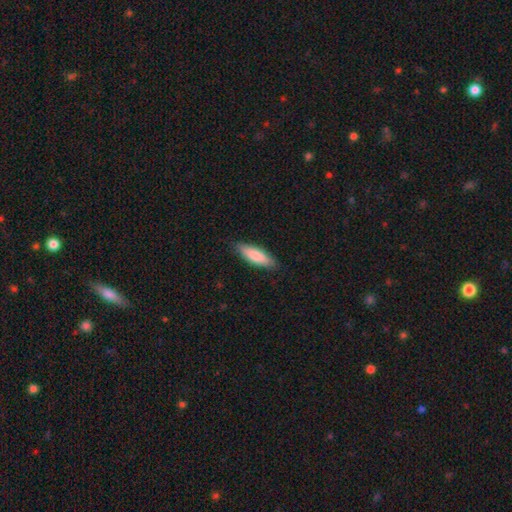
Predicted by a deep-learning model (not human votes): smooth 82%, featured or disk 13%, star or artifact 5%. Down the decision tree: how rounded — in between (52%); merging — none (85%).